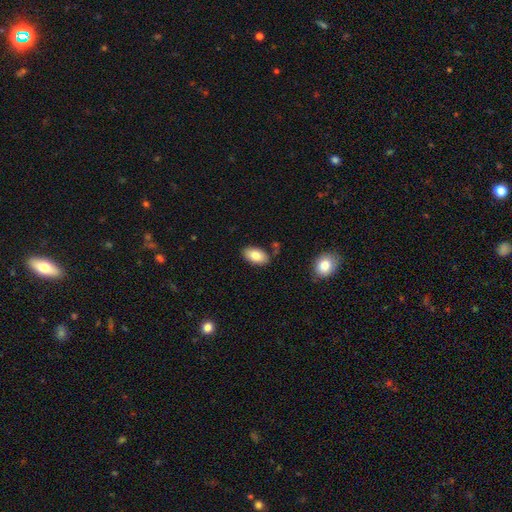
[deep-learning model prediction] A smooth galaxy with no disk features (81%) that is in between round and cigar-shaped (94%).

Vote fractions:
- Smooth or featured? smooth: 81% / featured or disk: 13% / star or artifact: 7%
- How rounded? in between: 94% / round: 4% / cigar-shaped: 2%
- Merging? none: 83% / minor disturbance: 12% / merger: 3% / major disturbance: 2%